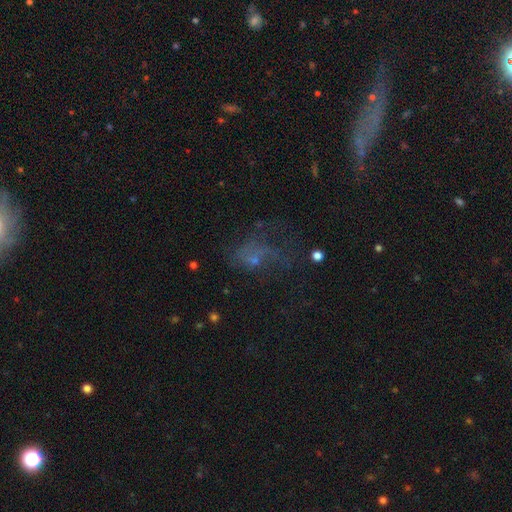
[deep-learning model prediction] This is marginally a featured or disk galaxy (40%). Merging: possibly major disturbance (47%).